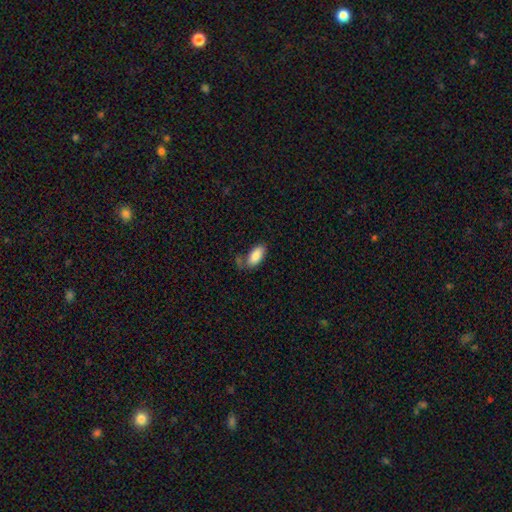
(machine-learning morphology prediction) A smooth galaxy with no disk features (86%) that is in between round and cigar-shaped (90%).

Vote fractions:
- Smooth or featured? smooth: 86% / featured or disk: 8% / star or artifact: 7%
- How rounded? in between: 90% / cigar-shaped: 8% / round: 2%
- Merging? none: 62% / minor disturbance: 22% / merger: 9% / major disturbance: 7%